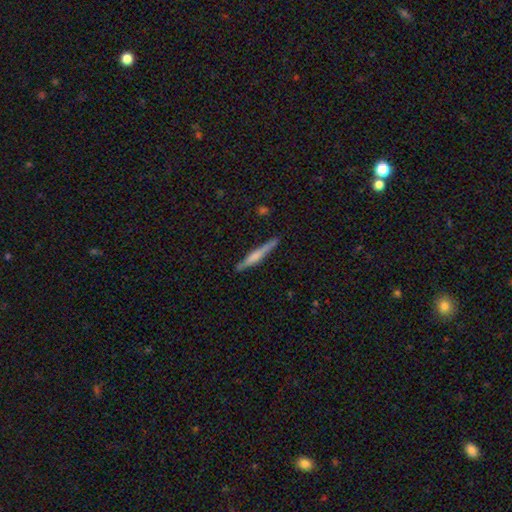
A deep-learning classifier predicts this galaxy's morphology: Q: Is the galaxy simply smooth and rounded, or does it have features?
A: featured or disk — 52%.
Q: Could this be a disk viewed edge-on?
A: yes — 97%.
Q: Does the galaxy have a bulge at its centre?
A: rounded — 45%.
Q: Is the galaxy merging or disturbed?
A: none — 85%.